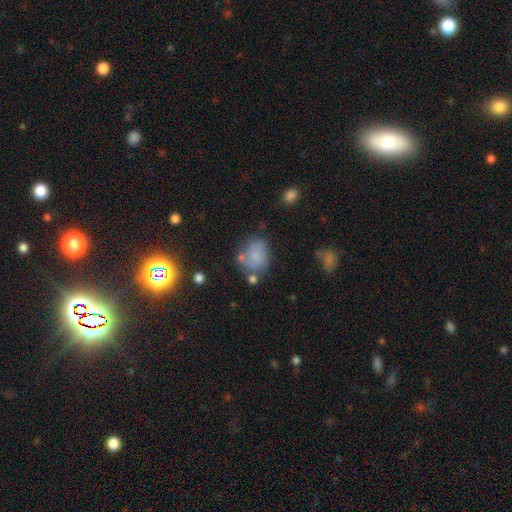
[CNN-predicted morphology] A smooth galaxy with no disk features (71%) that is in between round and cigar-shaped (56%).

Vote fractions:
- Smooth or featured? smooth: 71% / featured or disk: 15% / star or artifact: 14%
- How rounded? in between: 56% / round: 43% / cigar-shaped: 1%
- Merging? none: 50% / minor disturbance: 23% / merger: 15% / major disturbance: 11%